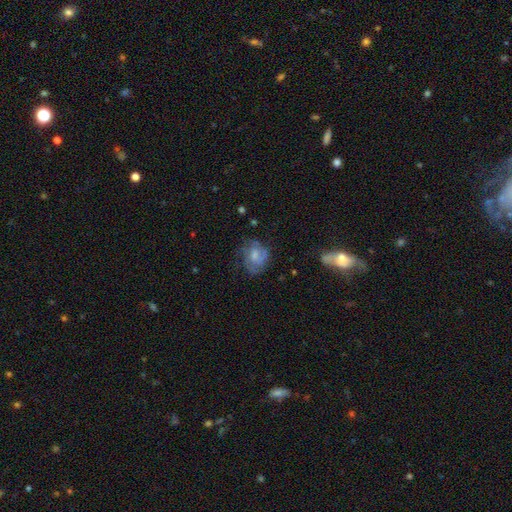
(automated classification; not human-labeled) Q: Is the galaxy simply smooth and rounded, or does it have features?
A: featured or disk — 53%.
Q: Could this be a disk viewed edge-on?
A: no — 97%.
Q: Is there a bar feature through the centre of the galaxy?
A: no — 62%.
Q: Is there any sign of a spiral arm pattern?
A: yes — 68%.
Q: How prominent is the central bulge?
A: moderate — 42%.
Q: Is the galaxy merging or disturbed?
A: none — 53%.